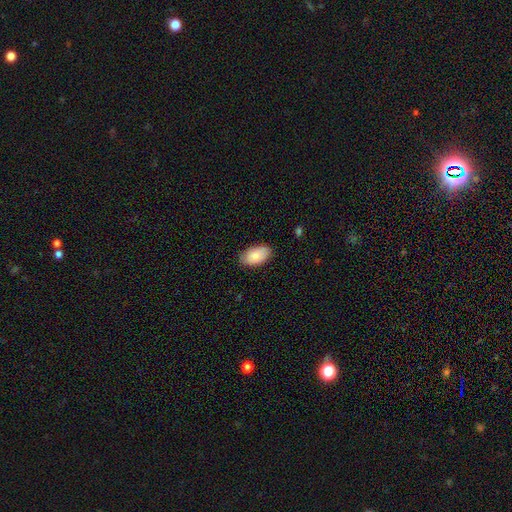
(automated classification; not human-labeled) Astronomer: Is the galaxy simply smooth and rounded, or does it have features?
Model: smooth — 83%.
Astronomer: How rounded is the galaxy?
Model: in between — 94%.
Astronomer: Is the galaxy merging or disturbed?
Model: none — 82%.